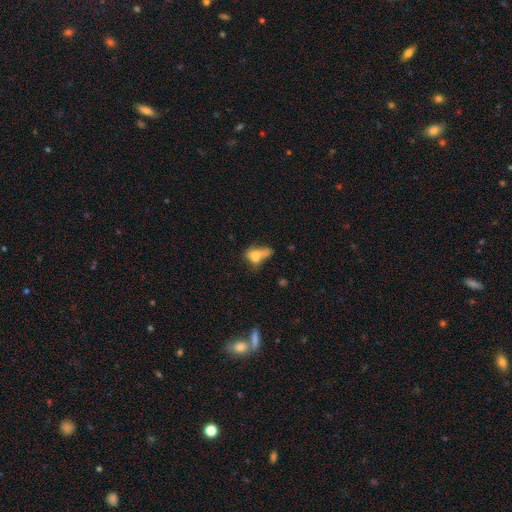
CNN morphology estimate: This appears to be a smooth galaxy with no disk features (65%) that is in between round and cigar-shaped (73%). Merging: merger (40%).